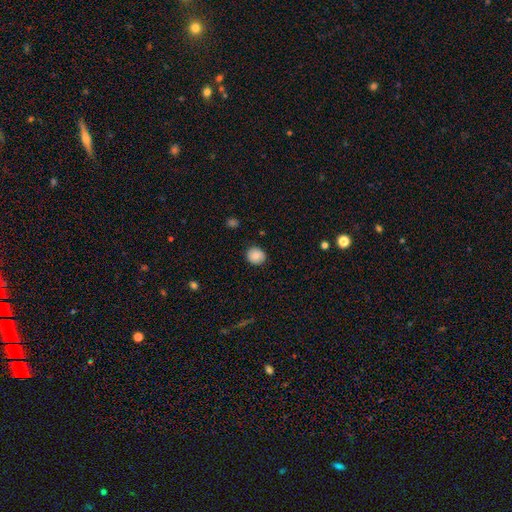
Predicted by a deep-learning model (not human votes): Overall: smooth (84%). How rounded: round (85%). Merging: none (87%).